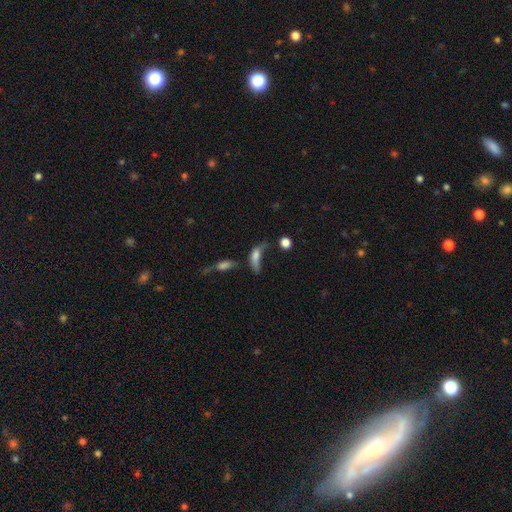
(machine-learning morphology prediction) smooth_or_featured: smooth (p=0.60) [alt: featured or disk p=0.27]
how_rounded: in between (p=0.67) [alt: cigar-shaped p=0.22]
merging: major disturbance (p=0.44) [alt: merger p=0.21]